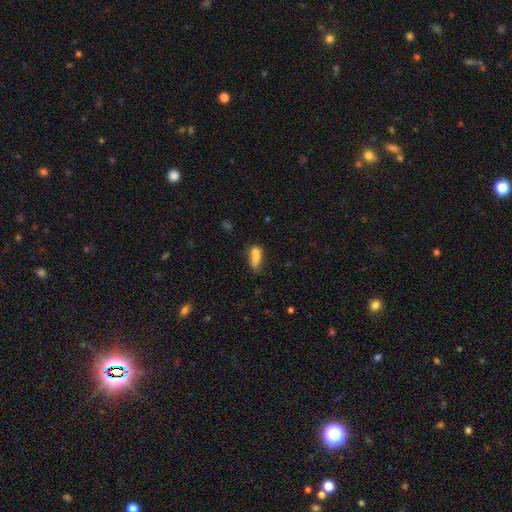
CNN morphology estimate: Smooth or featured?
  - smooth: 72% *
  - featured or disk: 17%
  - star or artifact: 11%
How rounded?
  - in between: 72% *
  - cigar-shaped: 20%
  - round: 8%
Merging?
  - merger: 47% *
  - none: 27%
  - minor disturbance: 16%
  - major disturbance: 10%